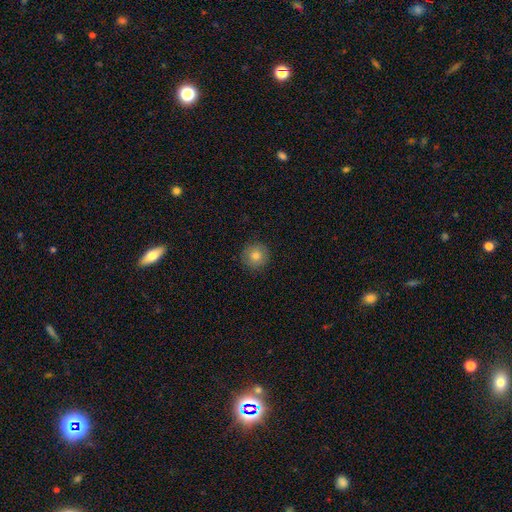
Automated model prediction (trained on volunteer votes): smooth 81%, star or artifact 10%, featured or disk 9%. Down the decision tree: how rounded — round (95%); merging — none (91%).